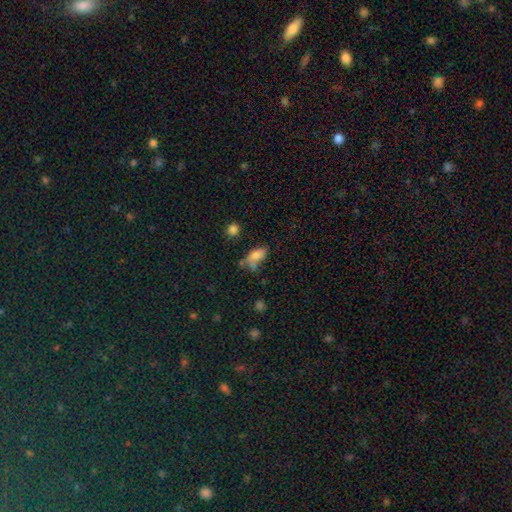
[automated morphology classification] The model was most divided on "merging": none: 41%, minor disturbance: 27%, major disturbance: 17%, merger: 15%. More confident: how rounded — in between (85%); smooth or featured — smooth (76%).